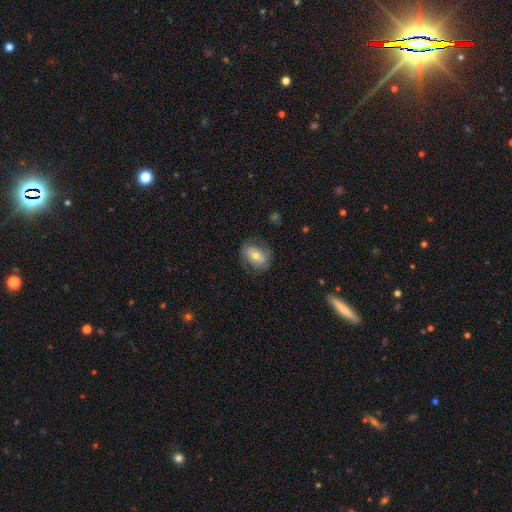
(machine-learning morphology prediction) Smooth or featured? smooth (46%, tied with featured or disk)
Merging? none (70%)